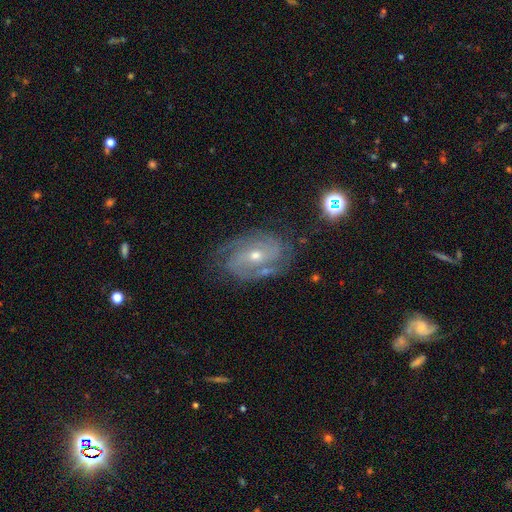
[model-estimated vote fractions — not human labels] Q: Smooth or featured?
A: featured or disk (86%); runner-up: smooth (7%)
Q: Edge-on disk?
A: no (96%); runner-up: yes (4%)
Q: Bar?
A: no (52%); runner-up: weak (35%)
Q: Spiral arms?
A: yes (96%); runner-up: no (4%)
Q: Spiral winding?
A: tight (58%); runner-up: medium (34%)
Q: Spiral arm count?
A: 2 (45%); runner-up: 3 (22%)
Q: Bulge size?
A: small (49%); runner-up: moderate (48%)
Q: Merging?
A: none (72%); runner-up: minor disturbance (18%)